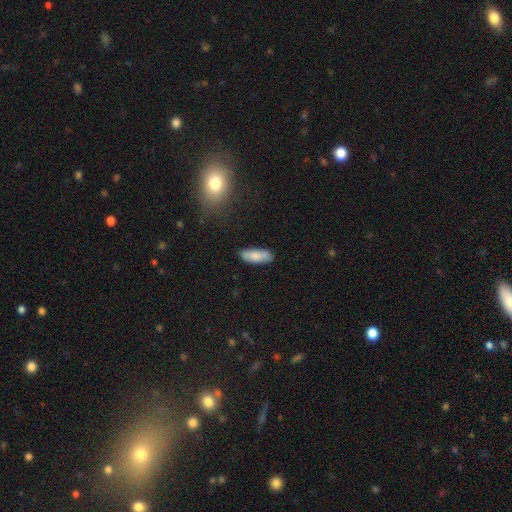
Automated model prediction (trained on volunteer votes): This appears to be a smooth galaxy with no disk features (73%) that is in between round and cigar-shaped (73%). Merging: none (76%).